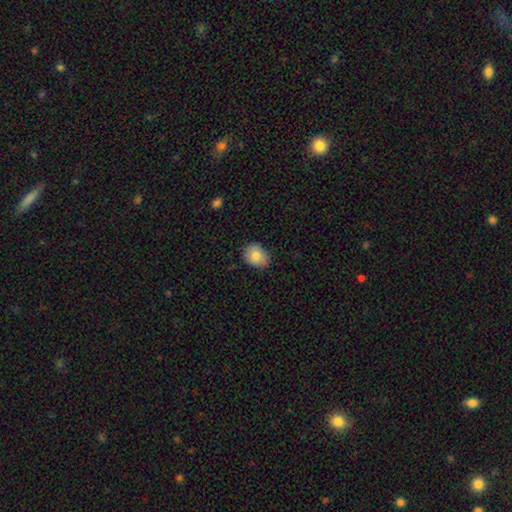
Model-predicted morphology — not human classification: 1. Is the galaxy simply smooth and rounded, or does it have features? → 81% smooth, 11% featured or disk, 8% star or artifact.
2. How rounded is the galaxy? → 57% in between, 42% round, 1% cigar-shaped.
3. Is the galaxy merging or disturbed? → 84% none, 13% minor disturbance, 2% major disturbance, 1% merger.